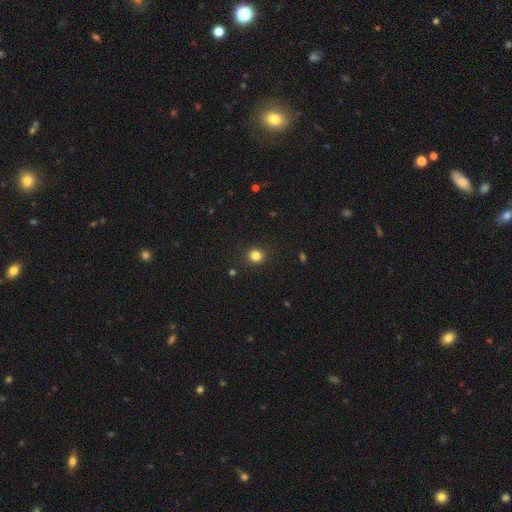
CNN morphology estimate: smooth 83%, star or artifact 13%, featured or disk 4%. Down the decision tree: how rounded — round (87%); merging — none (91%).